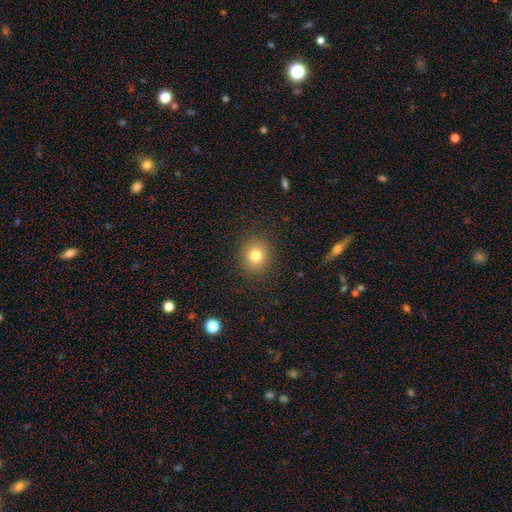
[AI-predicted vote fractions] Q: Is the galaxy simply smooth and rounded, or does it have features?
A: smooth — 79%.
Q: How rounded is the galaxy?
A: round — 81%.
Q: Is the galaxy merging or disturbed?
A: none — 89%.